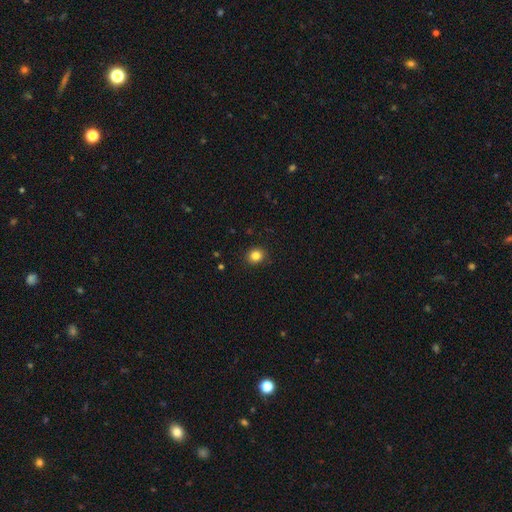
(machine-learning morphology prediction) Overall: smooth (84%). How rounded: round (81%). Merging: none (91%).